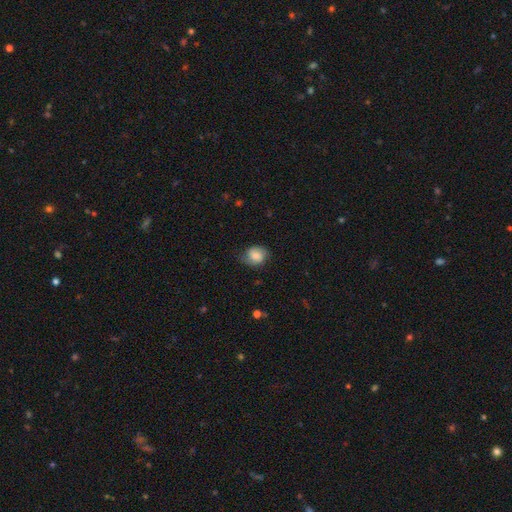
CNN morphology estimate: Smooth or featured? Predicted: smooth (p=0.68). How rounded? Predicted: round (p=0.63). Merging? Predicted: none (p=0.67).